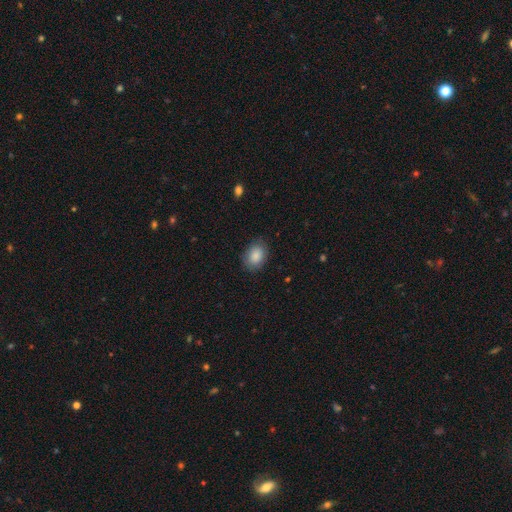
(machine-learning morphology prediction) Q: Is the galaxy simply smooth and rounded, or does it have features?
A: smooth — 88%.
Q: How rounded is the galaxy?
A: in between — 74%.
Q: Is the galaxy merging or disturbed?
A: none — 83%.